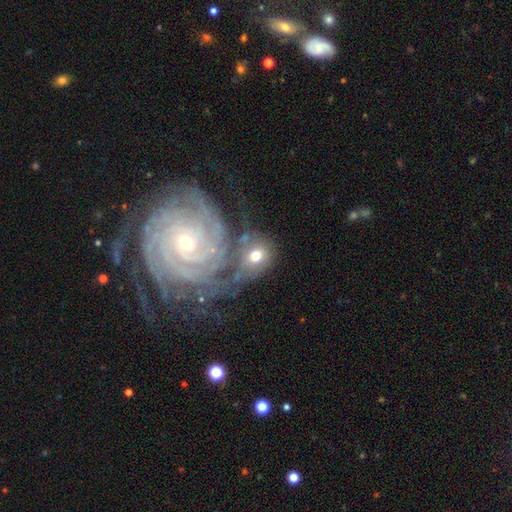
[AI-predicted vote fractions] Overall: featured or disk (45%, tied with smooth). Merging: none (38%; merger 37%).